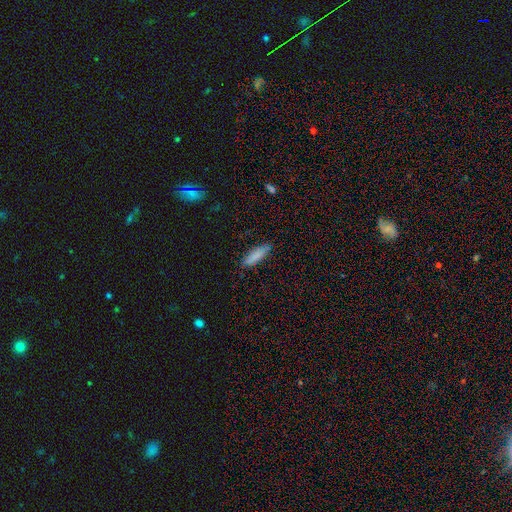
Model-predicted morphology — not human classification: The model was most divided on "how rounded": cigar-shaped: 62%, in between: 36%, round: 2%. More confident: smooth or featured — smooth (84%); merging — none (83%).